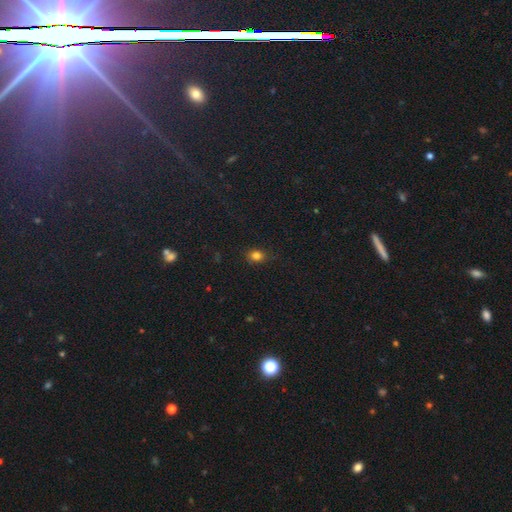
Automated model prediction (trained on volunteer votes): Smooth or featured?
  - smooth: 81% *
  - star or artifact: 14%
  - featured or disk: 5%
How rounded?
  - round: 58% *
  - in between: 41%
  - cigar-shaped: 1%
Merging?
  - none: 84% *
  - minor disturbance: 12%
  - major disturbance: 3%
  - merger: 1%